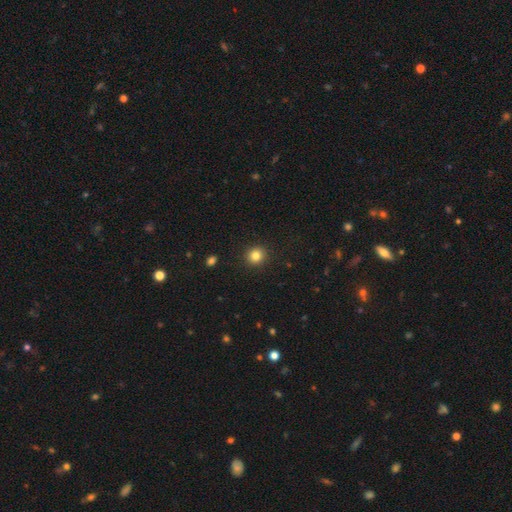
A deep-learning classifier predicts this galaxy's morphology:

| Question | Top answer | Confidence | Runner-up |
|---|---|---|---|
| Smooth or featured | smooth | 83% | star or artifact (11%) |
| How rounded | round | 91% | in between (8%) |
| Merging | none | 92% | minor disturbance (5%) |